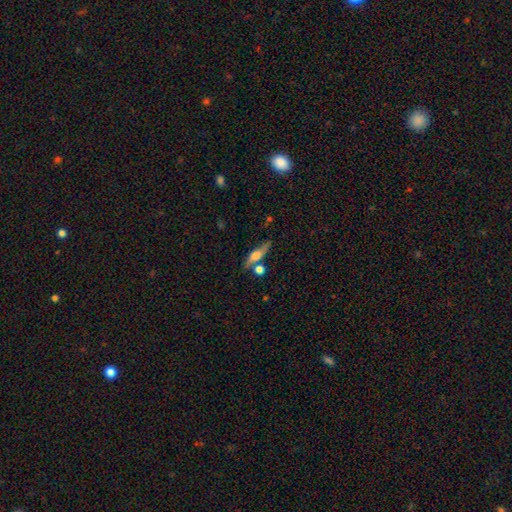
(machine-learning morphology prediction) Overall: smooth (46%, tied with featured or disk). Merging: none (63%).